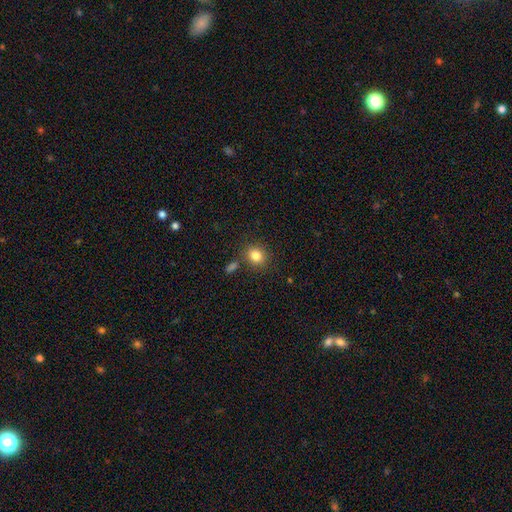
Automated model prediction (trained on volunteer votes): Smooth or featured: smooth — 83% (star or artifact — 11%)
How rounded: round — 68% (in between — 31%)
Merging: none — 80% (minor disturbance — 10%)